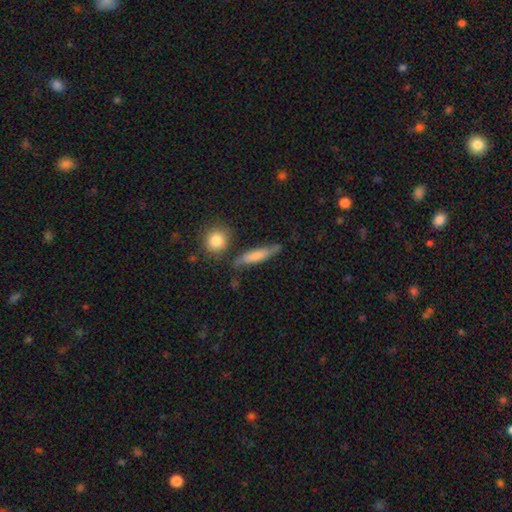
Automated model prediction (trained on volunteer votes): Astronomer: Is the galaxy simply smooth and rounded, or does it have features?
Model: smooth — 69%.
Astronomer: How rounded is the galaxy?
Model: cigar-shaped — 78%.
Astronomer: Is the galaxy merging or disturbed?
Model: none — 68%.